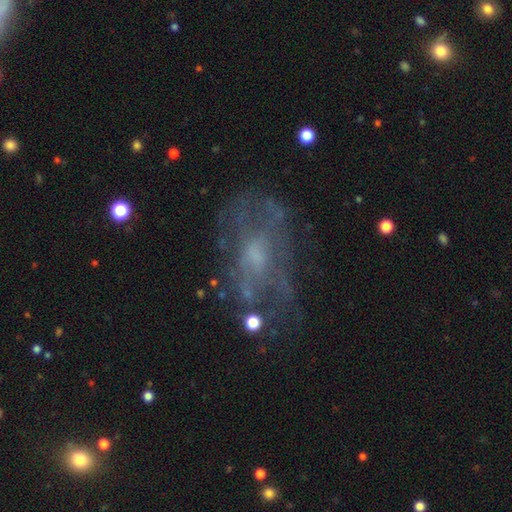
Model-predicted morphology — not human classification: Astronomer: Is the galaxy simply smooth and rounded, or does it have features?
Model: featured or disk — 67%.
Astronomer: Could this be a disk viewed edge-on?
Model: no — 94%.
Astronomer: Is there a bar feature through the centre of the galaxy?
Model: no — 71%.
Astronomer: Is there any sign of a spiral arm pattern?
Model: no — 57% (runner-up: yes, 43%).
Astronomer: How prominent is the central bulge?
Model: small — 44% (runner-up: moderate, 33%).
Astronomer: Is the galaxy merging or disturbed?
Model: none — 53%.